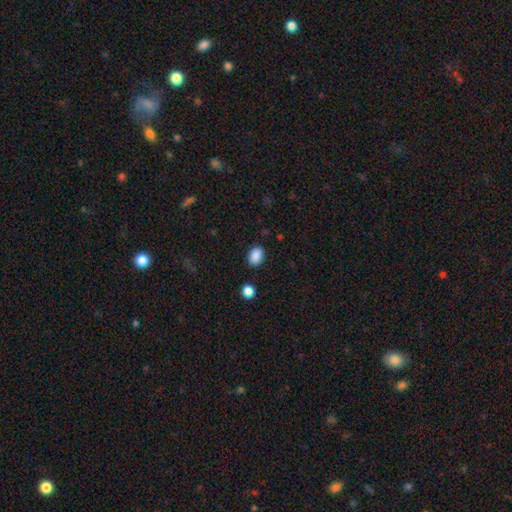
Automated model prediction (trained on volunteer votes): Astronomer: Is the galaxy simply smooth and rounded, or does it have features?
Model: smooth — 88%.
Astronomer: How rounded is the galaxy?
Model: in between — 76%.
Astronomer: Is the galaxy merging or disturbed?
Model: none — 85%.